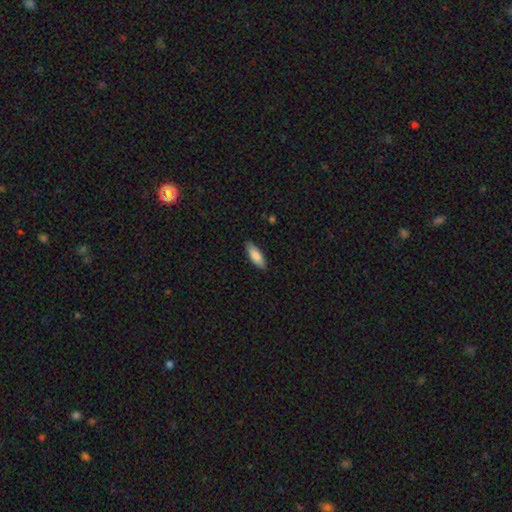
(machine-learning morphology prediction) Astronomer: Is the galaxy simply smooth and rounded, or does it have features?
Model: smooth — 84%.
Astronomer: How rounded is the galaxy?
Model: in between — 62%.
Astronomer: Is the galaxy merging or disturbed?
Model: none — 88%.